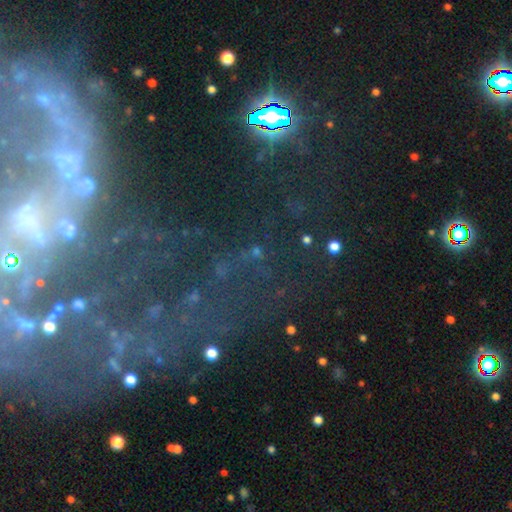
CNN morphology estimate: A star or artifact, not a galaxy (68%).